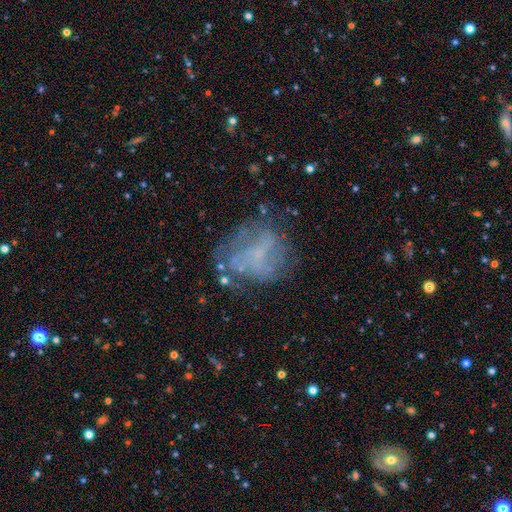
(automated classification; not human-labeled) featured or disk 57%, smooth 28%, star or artifact 15%. Down the decision tree: edge-on disk — no (98%); bar — no (65%); spiral arms — no (56%); bulge size — none (64%); merging — none (52%).